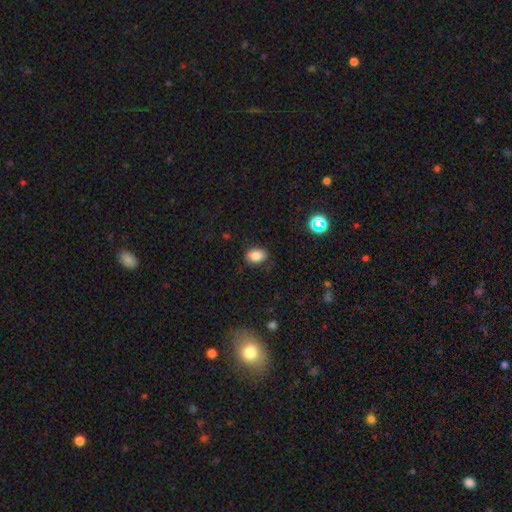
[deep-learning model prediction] A smooth galaxy with no disk features (82%) that is in between round and cigar-shaped (77%).

Vote fractions:
- Smooth or featured? smooth: 82% / star or artifact: 10% / featured or disk: 8%
- How rounded? in between: 77% / round: 22% / cigar-shaped: 1%
- Merging? none: 72% / minor disturbance: 21% / major disturbance: 6% / merger: 2%